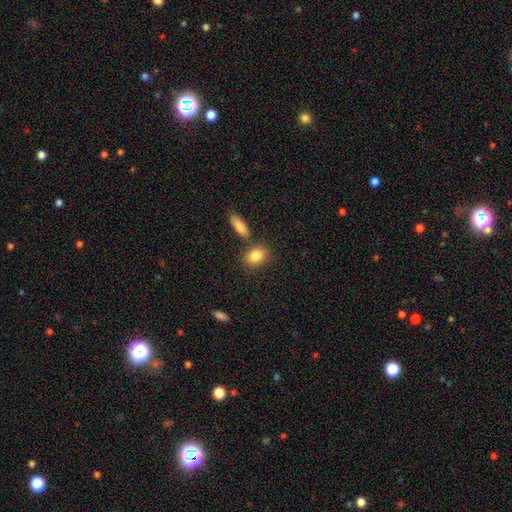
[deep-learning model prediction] smooth 85%, star or artifact 8%, featured or disk 7%. Down the decision tree: how rounded — in between (60%); merging — none (71%).